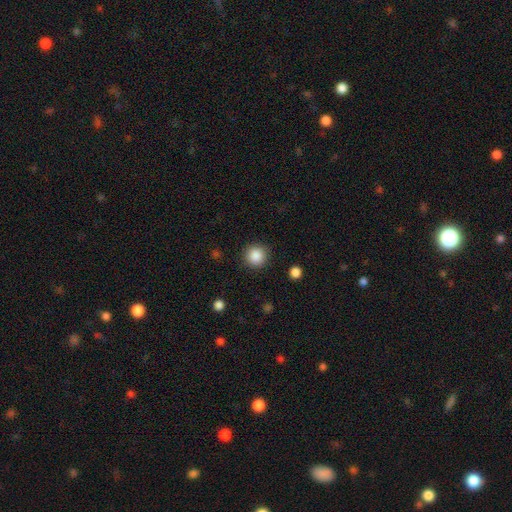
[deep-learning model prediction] smooth_or_featured: smooth (p=0.87) [alt: star or artifact p=0.10]
how_rounded: round (p=0.95) [alt: in between p=0.04]
merging: none (p=0.90) [alt: minor disturbance p=0.06]